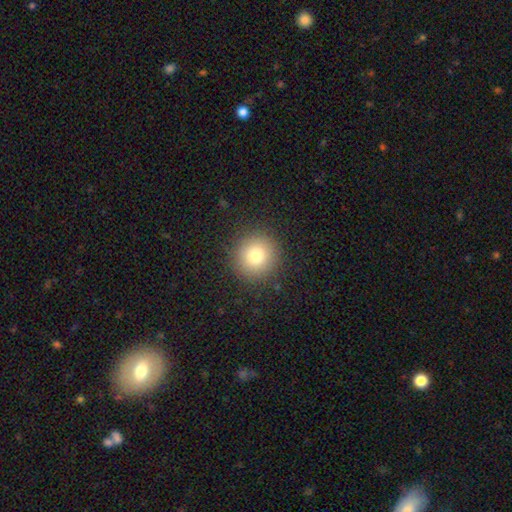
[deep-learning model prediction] Smooth or featured?
  - smooth: 79% *
  - star or artifact: 12%
  - featured or disk: 9%
How rounded?
  - round: 94% *
  - in between: 5%
  - cigar-shaped: 1%
Merging?
  - none: 90% *
  - minor disturbance: 6%
  - major disturbance: 3%
  - merger: 1%